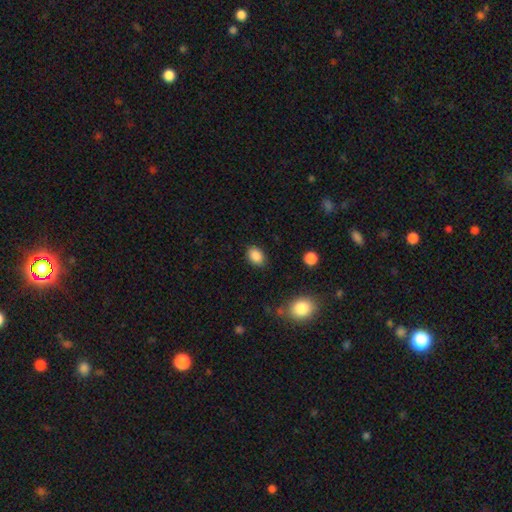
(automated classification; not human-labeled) This is clearly a smooth galaxy (88%). How rounded: likely in between (77%). Merging: clearly none (85%).